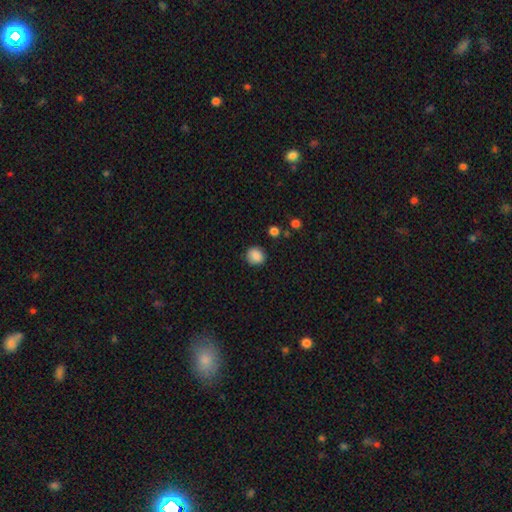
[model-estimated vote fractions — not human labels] This is clearly a smooth galaxy (87%). How rounded: clearly round (81%). Merging: clearly none (85%).